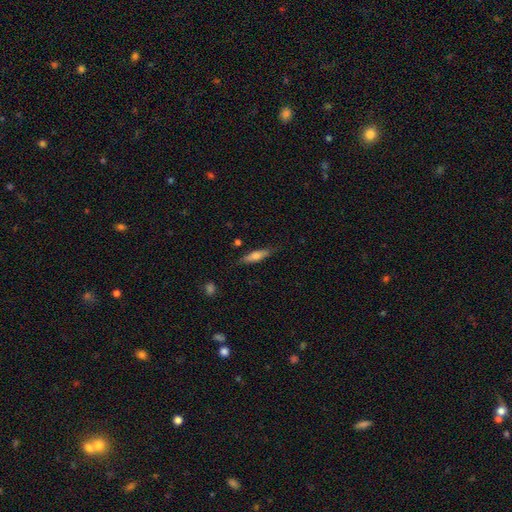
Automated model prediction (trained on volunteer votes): The model was most divided on "smooth or featured": smooth: 65%, featured or disk: 28%, star or artifact: 7%. More confident: merging — none (81%); how rounded — cigar-shaped (73%).